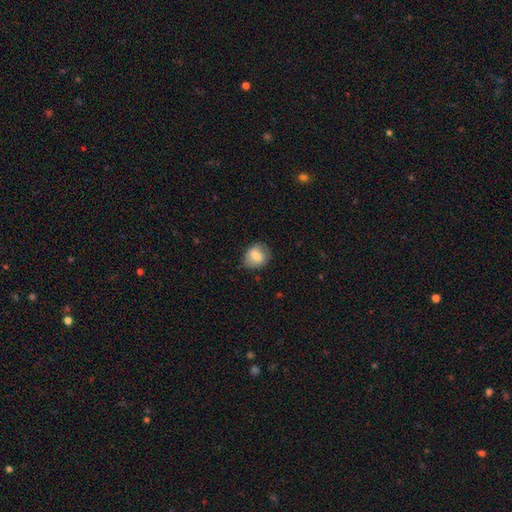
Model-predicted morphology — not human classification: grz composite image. It shows a smooth galaxy with no disk features (78%) that is round (57%). Merging: none (73%).